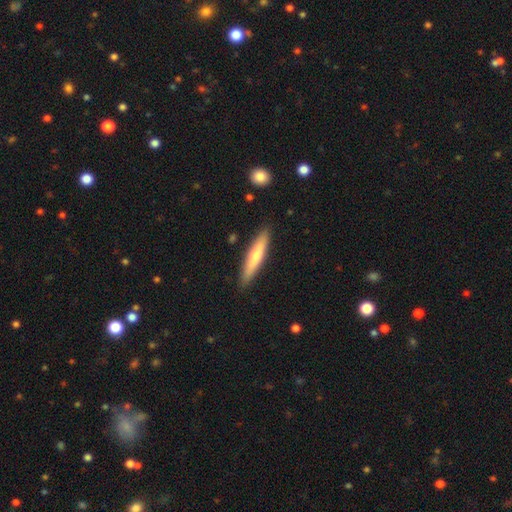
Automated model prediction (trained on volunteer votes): smooth_or_featured: smooth (p=0.60) [alt: featured or disk p=0.34]
how_rounded: cigar-shaped (p=0.89) [alt: in between p=0.10]
merging: none (p=0.89) [alt: minor disturbance p=0.08]